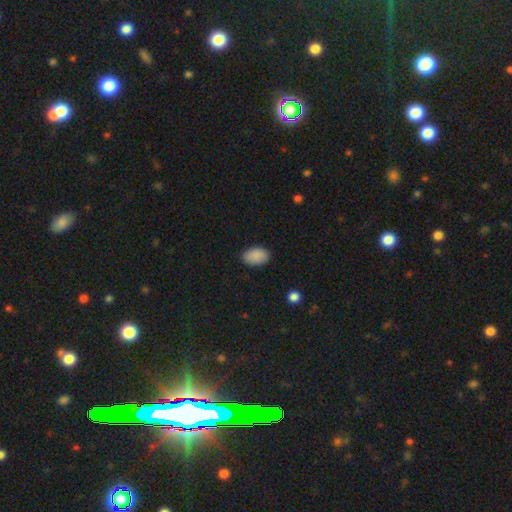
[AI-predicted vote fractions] Overall: smooth (89%). How rounded: in between (90%). Merging: none (87%).